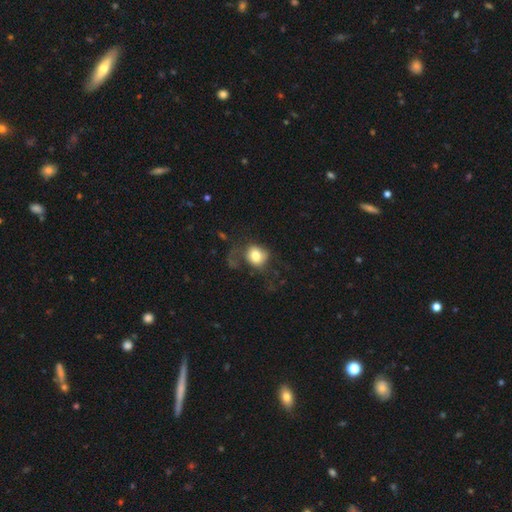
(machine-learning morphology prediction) Smooth or featured? Predicted: smooth (p=0.76). How rounded? Predicted: round (p=0.71). Merging? Predicted: none (p=0.41).